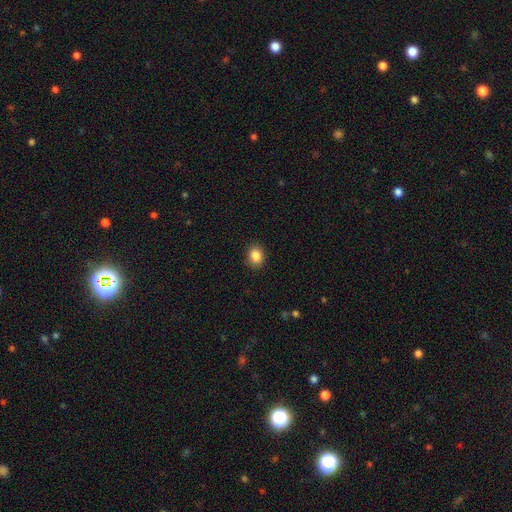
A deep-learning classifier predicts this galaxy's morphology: Smooth or featured?
  - smooth: 86% *
  - star or artifact: 9%
  - featured or disk: 5%
How rounded?
  - round: 54% *
  - in between: 45%
  - cigar-shaped: 1%
Merging?
  - none: 89% *
  - minor disturbance: 8%
  - major disturbance: 2%
  - merger: 1%